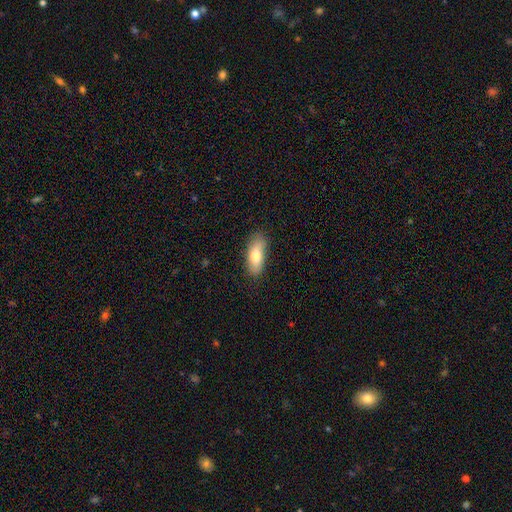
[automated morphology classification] Overall: smooth (76%). How rounded: in between (79%). Merging: none (82%).